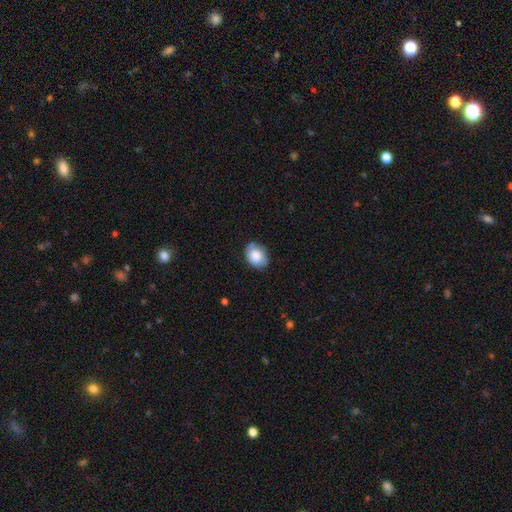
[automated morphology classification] This is likely a smooth galaxy (78%). How rounded: likely in between (73%). Merging: likely none (78%).